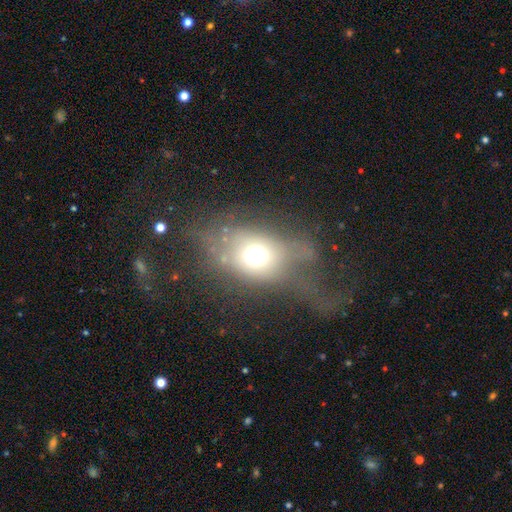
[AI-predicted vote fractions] smooth 55%, featured or disk 26%, star or artifact 19%. Down the decision tree: how rounded — in between (50%); merging — none (43%).